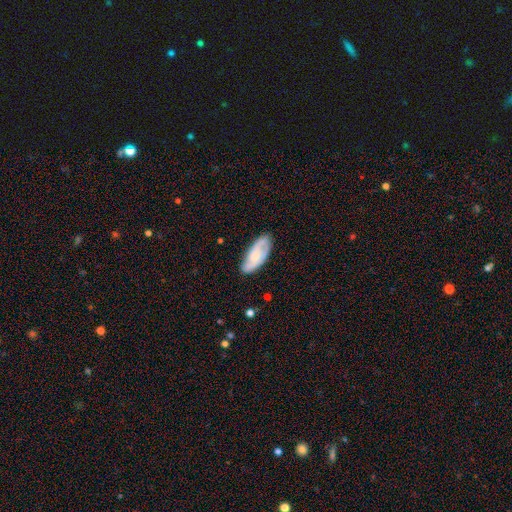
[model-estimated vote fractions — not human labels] This appears to be a featured or disk galaxy (56%) with no bar (68%), spiral arms (85%) and a small central bulge (41%). Merging: none (76%).